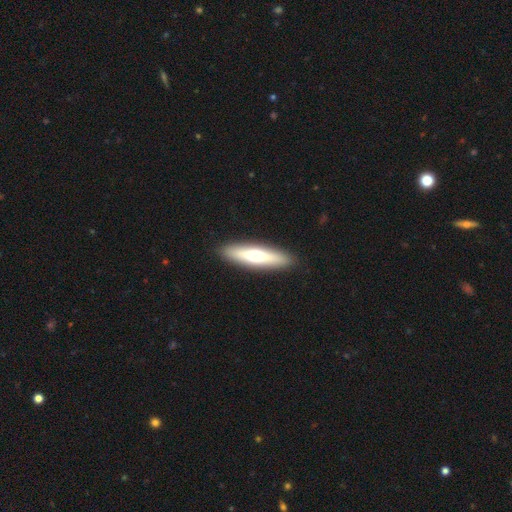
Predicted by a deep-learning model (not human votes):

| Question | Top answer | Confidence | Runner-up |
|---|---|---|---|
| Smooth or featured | smooth | 61% | featured or disk (34%) |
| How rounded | cigar-shaped | 73% | in between (25%) |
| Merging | none | 90% | minor disturbance (7%) |